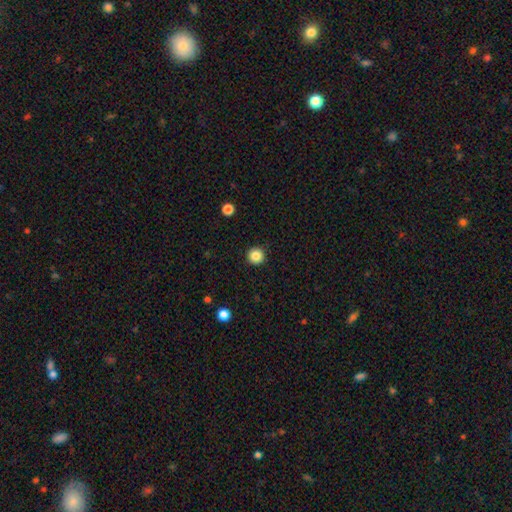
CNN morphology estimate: Smooth or featured: smooth — 85% (star or artifact — 11%)
How rounded: round — 96% (in between — 3%)
Merging: none — 93% (minor disturbance — 5%)